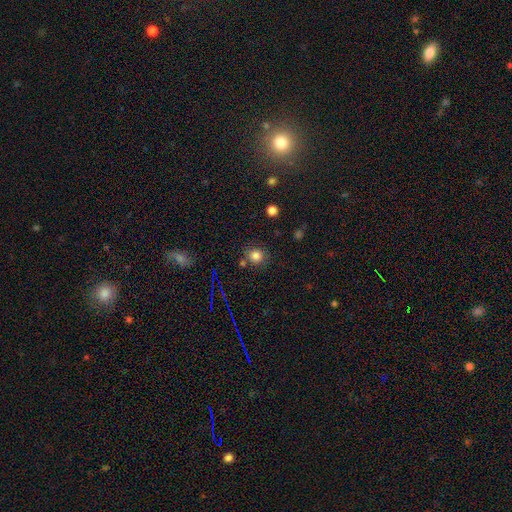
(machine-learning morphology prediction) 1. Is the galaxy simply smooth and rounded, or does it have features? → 80% smooth, 14% star or artifact, 6% featured or disk.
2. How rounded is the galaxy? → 85% round, 14% in between, 1% cigar-shaped.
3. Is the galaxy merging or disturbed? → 78% none, 11% minor disturbance, 8% merger, 4% major disturbance.